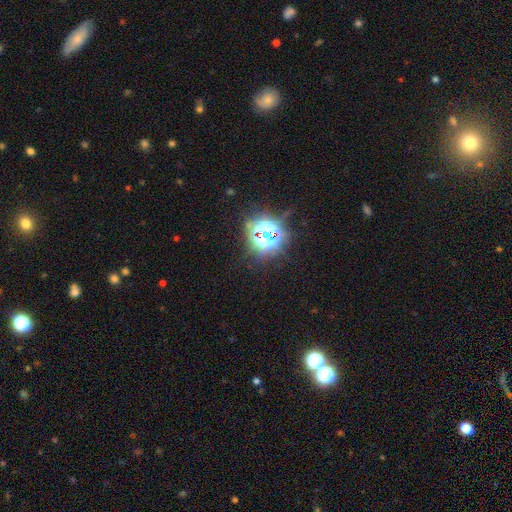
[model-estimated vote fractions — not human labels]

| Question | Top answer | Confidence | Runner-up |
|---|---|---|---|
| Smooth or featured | star or artifact | 79% | smooth (15%) |